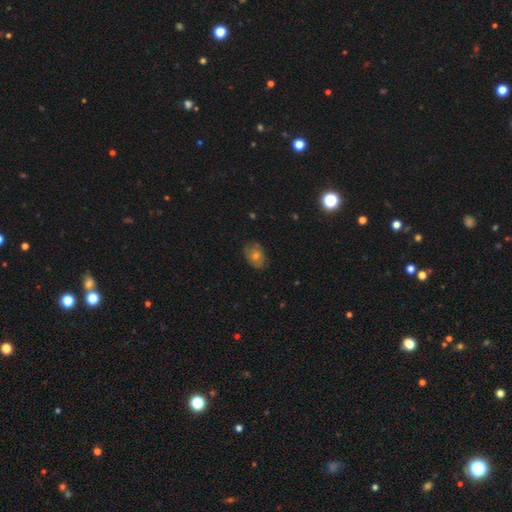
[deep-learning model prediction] Smooth or featured: smooth — 53% (featured or disk — 30%)
How rounded: in between — 70% (round — 29%)
Merging: none — 79% (minor disturbance — 16%)